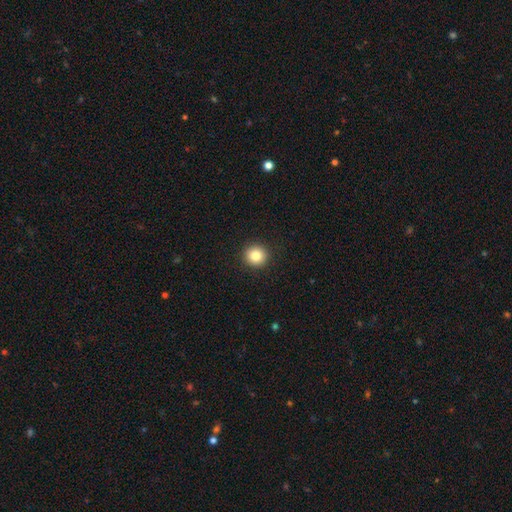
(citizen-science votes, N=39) This is clearly a smooth galaxy (85%). How rounded: clearly round (94%). Merging: clearly none (97%).